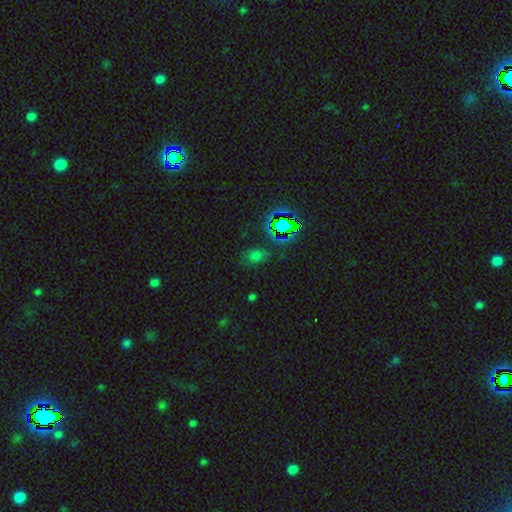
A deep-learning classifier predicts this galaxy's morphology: A smooth galaxy with no disk features (51%) that is in between round and cigar-shaped (63%). Merging: none (74%).